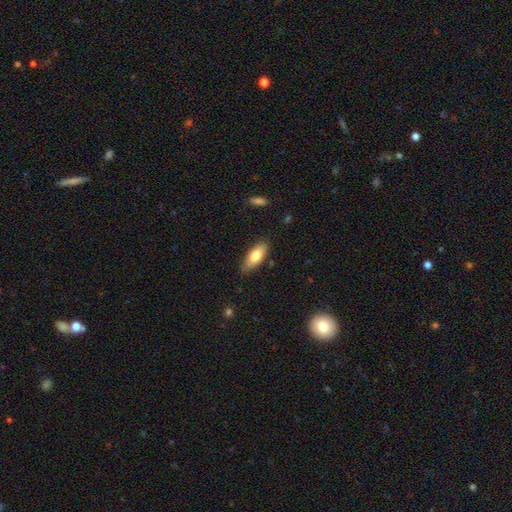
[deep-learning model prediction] A smooth galaxy with no disk features (75%) that is in between round and cigar-shaped (80%). Merging: none (82%).